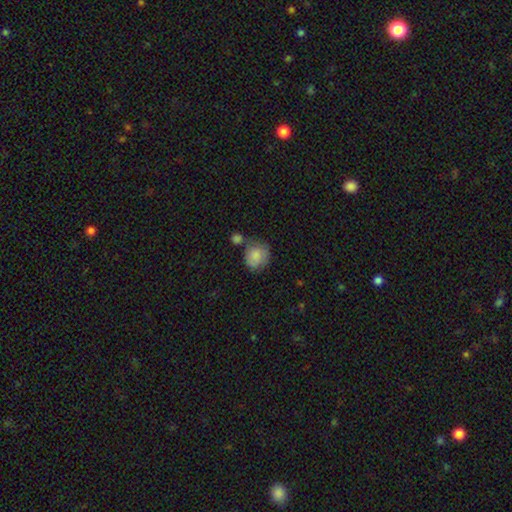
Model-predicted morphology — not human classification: A smooth galaxy with no disk features (81%) that is round (76%). Merging: none (47%).